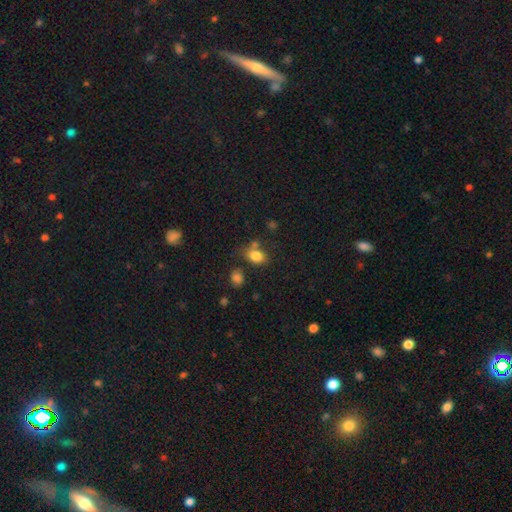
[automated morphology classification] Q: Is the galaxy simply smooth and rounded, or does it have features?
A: smooth — 81%.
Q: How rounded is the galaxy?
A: in between — 71%.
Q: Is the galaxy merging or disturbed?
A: none — 59%.